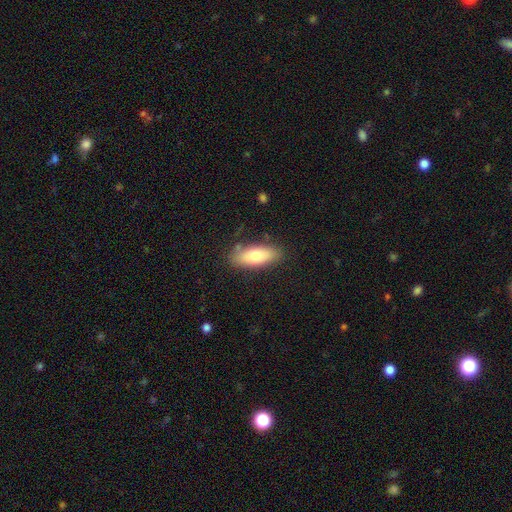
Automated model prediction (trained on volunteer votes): A smooth galaxy with no disk features (73%) that is in between round and cigar-shaped (77%).

Vote fractions:
- Smooth or featured? smooth: 73% / featured or disk: 20% / star or artifact: 6%
- How rounded? in between: 77% / cigar-shaped: 21% / round: 3%
- Merging? none: 79% / minor disturbance: 15% / major disturbance: 4% / merger: 3%